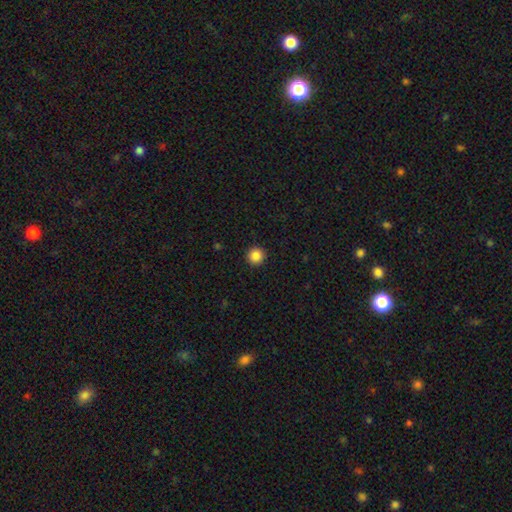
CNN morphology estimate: Overall: smooth (86%). How rounded: round (96%). Merging: none (93%).